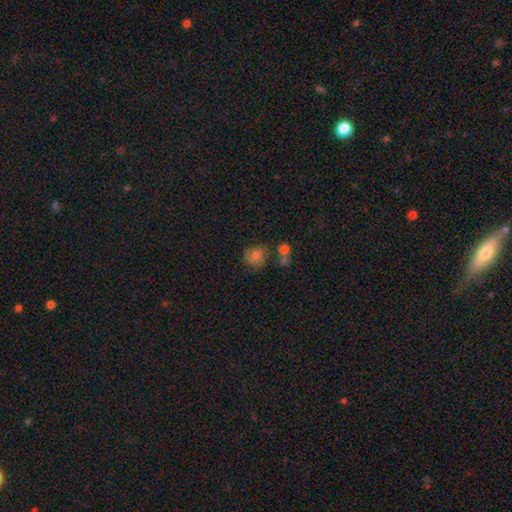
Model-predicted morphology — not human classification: A smooth galaxy with no disk features (76%) that is round (87%). Merging: none (65%).